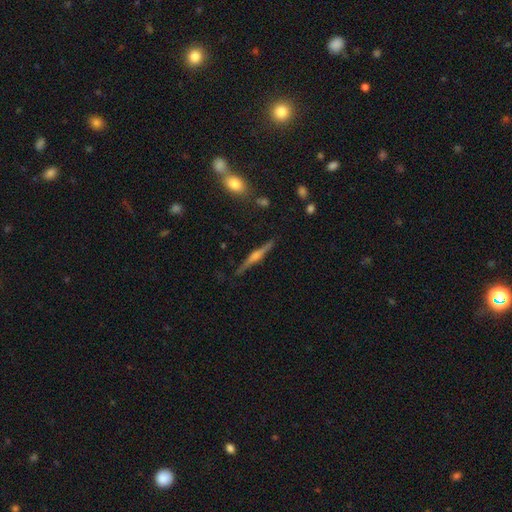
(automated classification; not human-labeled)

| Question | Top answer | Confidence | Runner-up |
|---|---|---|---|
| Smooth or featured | featured or disk | 77% | smooth (17%) |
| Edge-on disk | yes | 98% | no (2%) |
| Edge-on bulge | rounded | 82% | boxy (12%) |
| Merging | none | 87% | minor disturbance (9%) |